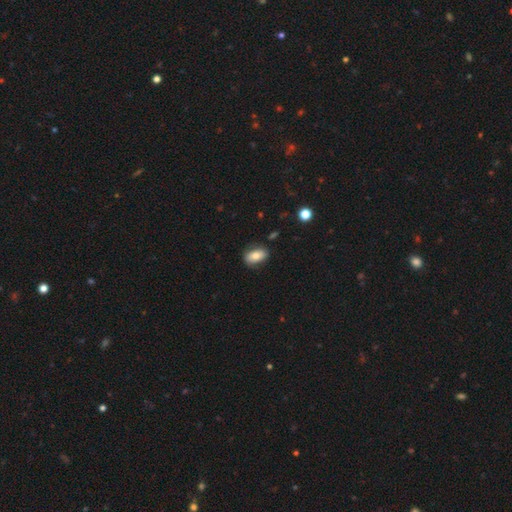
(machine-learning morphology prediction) smooth 72%, featured or disk 21%, star or artifact 8%. Down the decision tree: how rounded — in between (89%); merging — none (77%).